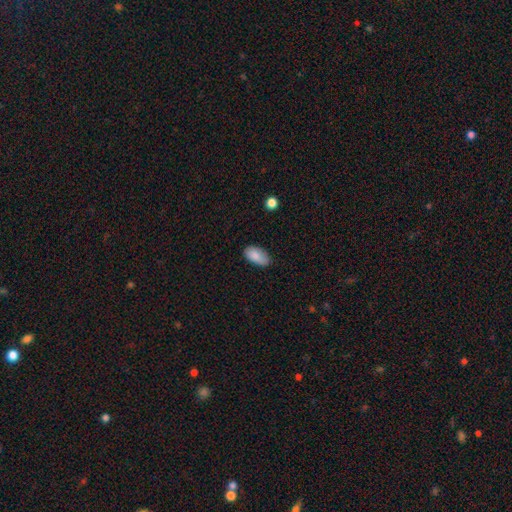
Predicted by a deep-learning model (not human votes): Overall: smooth (86%). How rounded: in between (94%). Merging: none (75%).